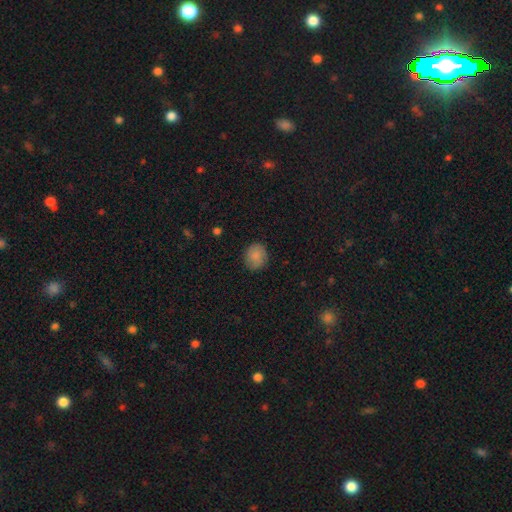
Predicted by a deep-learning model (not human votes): This appears to be a smooth galaxy with no disk features (83%) that is round (77%). Merging: none (83%).